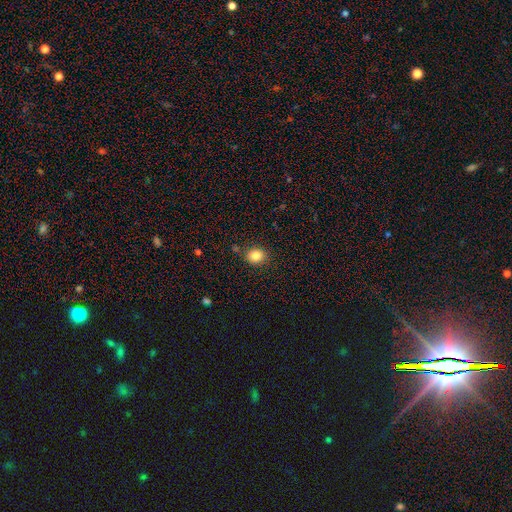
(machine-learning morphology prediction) This is clearly a smooth galaxy (84%). How rounded: likely round (72%). Merging: clearly none (84%).